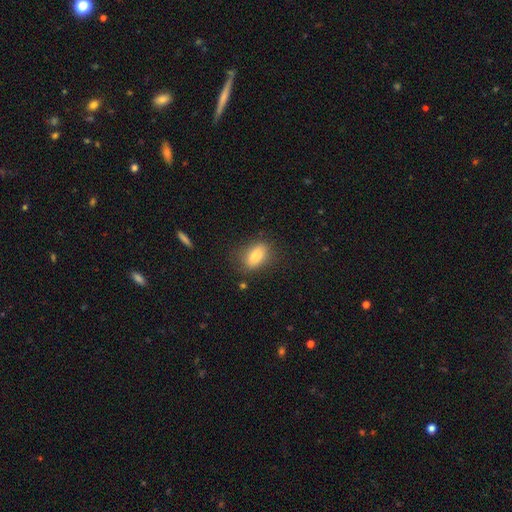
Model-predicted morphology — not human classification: This is clearly a smooth galaxy (83%). How rounded: clearly in between (87%). Merging: likely none (70%).